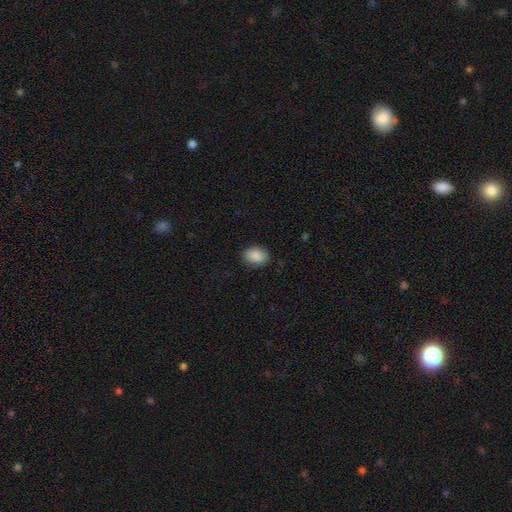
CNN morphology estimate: Overall: smooth (89%). How rounded: in between (74%). Merging: none (85%).